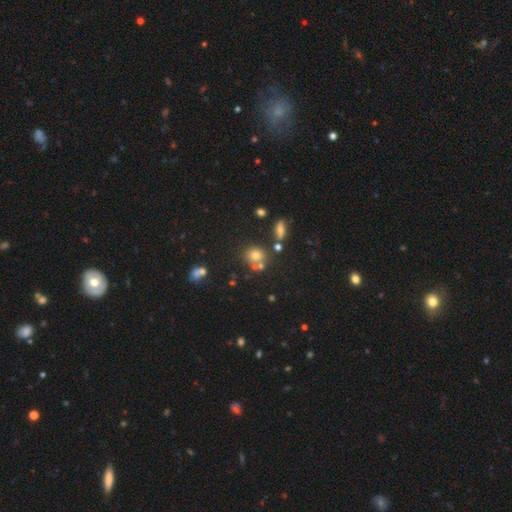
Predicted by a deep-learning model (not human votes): Overall: smooth (70%). How rounded: round (78%). Merging: none (59%; merger 24%).